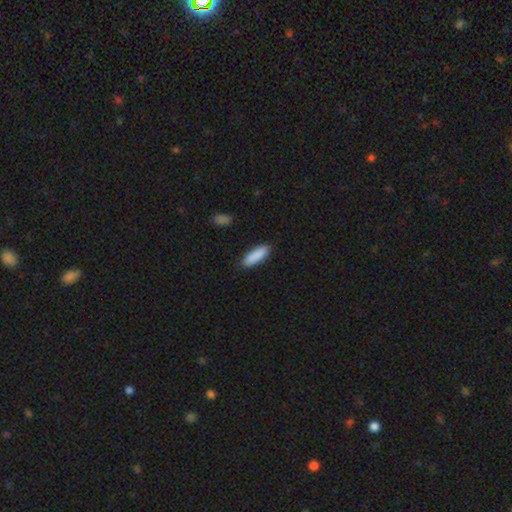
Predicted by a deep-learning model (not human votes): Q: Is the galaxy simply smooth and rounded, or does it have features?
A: smooth — 89%.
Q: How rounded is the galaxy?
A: cigar-shaped — 57%.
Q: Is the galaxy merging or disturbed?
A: none — 88%.